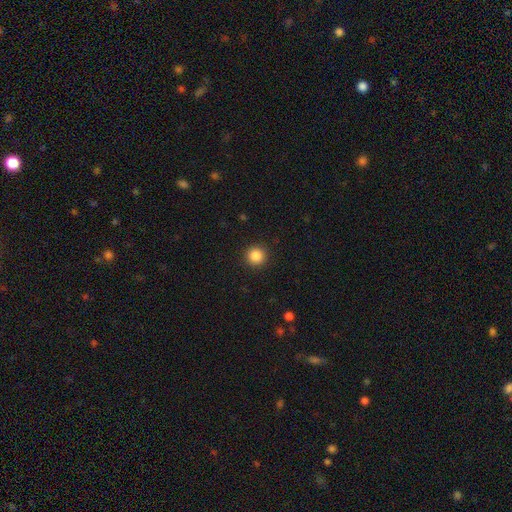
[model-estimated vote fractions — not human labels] Smooth or featured?
  - smooth: 86% *
  - star or artifact: 10%
  - featured or disk: 3%
How rounded?
  - round: 95% *
  - in between: 4%
  - cigar-shaped: 1%
Merging?
  - none: 92% *
  - minor disturbance: 5%
  - major disturbance: 2%
  - merger: 1%